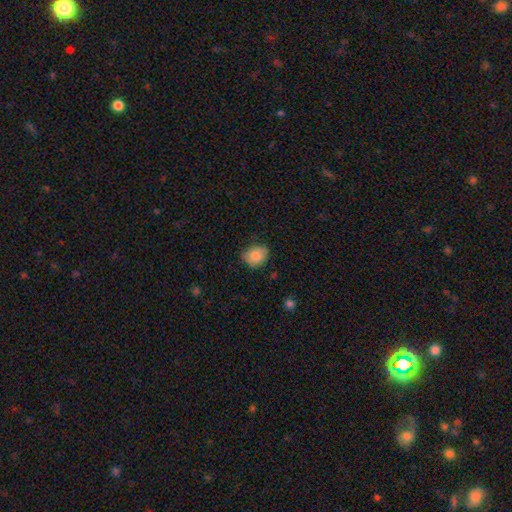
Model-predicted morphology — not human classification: This appears to be a smooth galaxy with no disk features (85%) that is round (53%). Merging: none (72%).